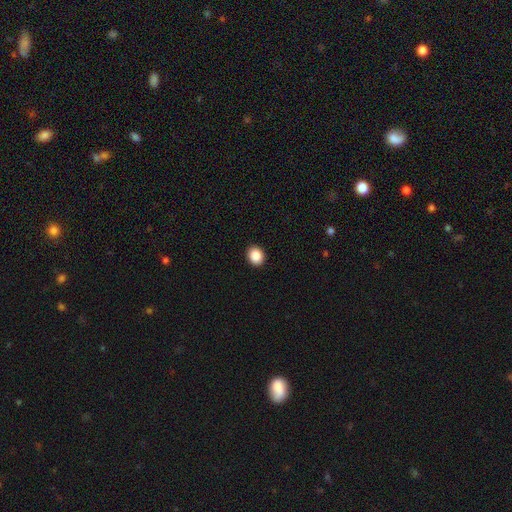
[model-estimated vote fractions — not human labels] A smooth galaxy with no disk features (89%) that is round (62%). Merging: none (92%).